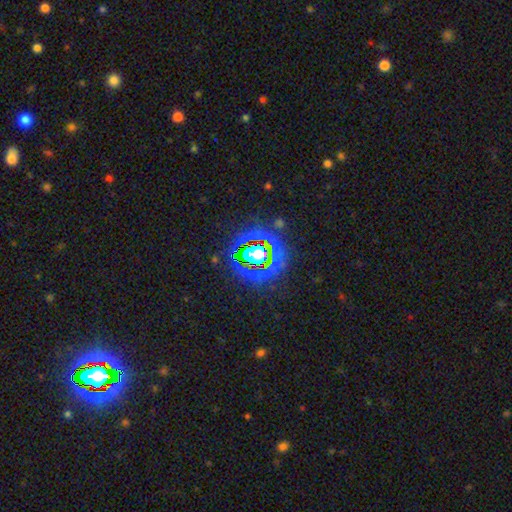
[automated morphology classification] smooth-or-featured: star or artifact: 82% | smooth: 10% | featured or disk: 8%